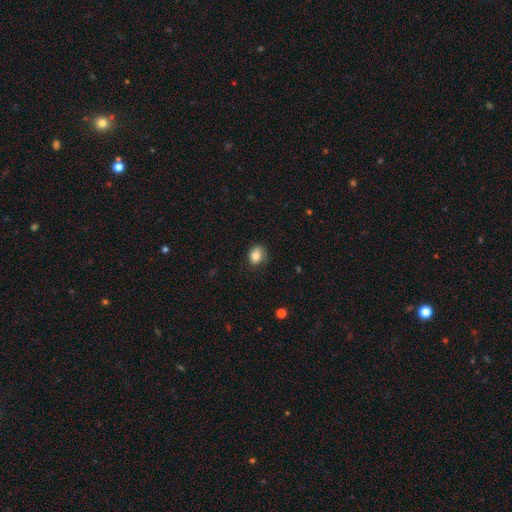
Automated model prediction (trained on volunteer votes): Smooth or featured?
  - smooth: 83% *
  - star or artifact: 9%
  - featured or disk: 7%
How rounded?
  - round: 54% *
  - in between: 45%
  - cigar-shaped: 1%
Merging?
  - none: 70% *
  - minor disturbance: 23%
  - major disturbance: 5%
  - merger: 1%